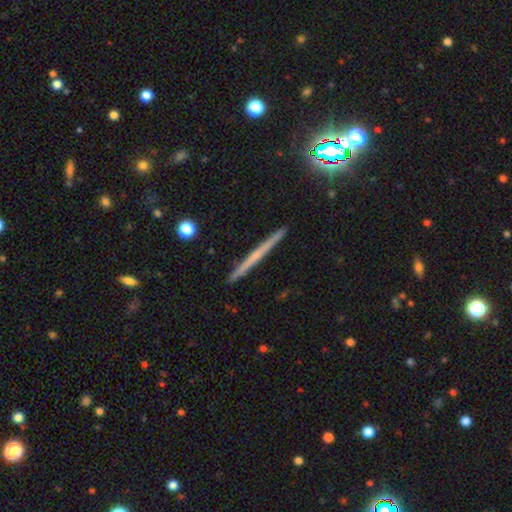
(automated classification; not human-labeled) featured or disk 53%, smooth 36%, star or artifact 10%. Down the decision tree: edge-on disk — yes (97%); edge-on bulge — none (82%); merging — none (92%).